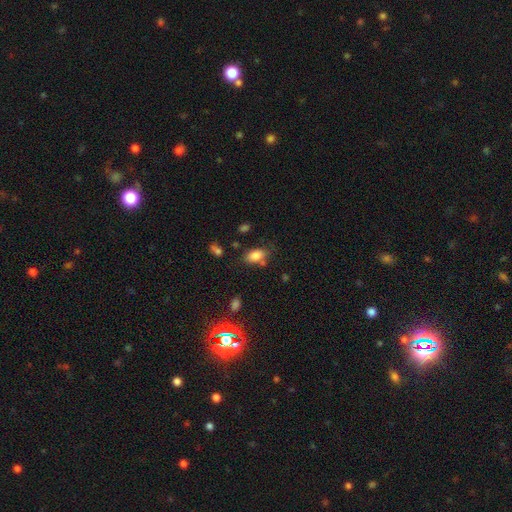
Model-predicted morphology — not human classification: This is clearly a smooth galaxy (82%). How rounded: clearly in between (89%). Merging: likely none (70%).